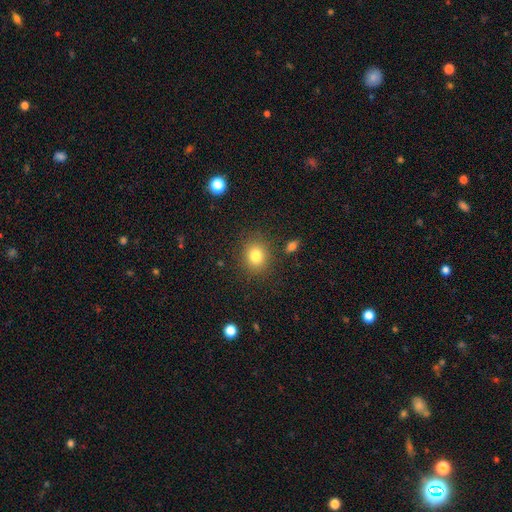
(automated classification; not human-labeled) smooth_or_featured: smooth (p=0.81) [alt: star or artifact p=0.11]
how_rounded: round (p=0.73) [alt: in between p=0.26]
merging: none (p=0.85) [alt: minor disturbance p=0.09]